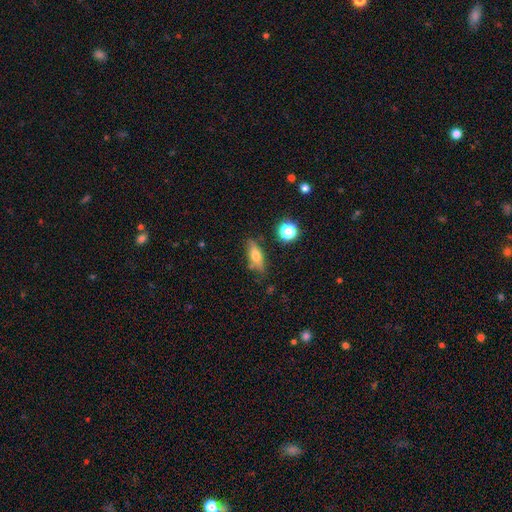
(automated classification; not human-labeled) Smooth or featured: smooth — 63% (featured or disk — 27%)
How rounded: in between — 61% (cigar-shaped — 33%)
Merging: none — 75% (minor disturbance — 17%)